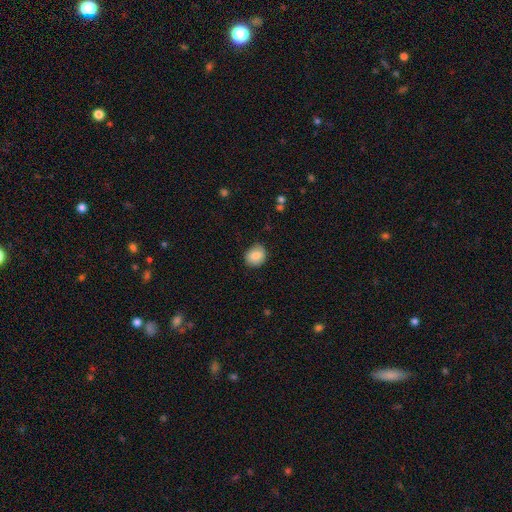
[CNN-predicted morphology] This appears to be a smooth galaxy with no disk features (83%) that is round (71%). Merging: none (80%).